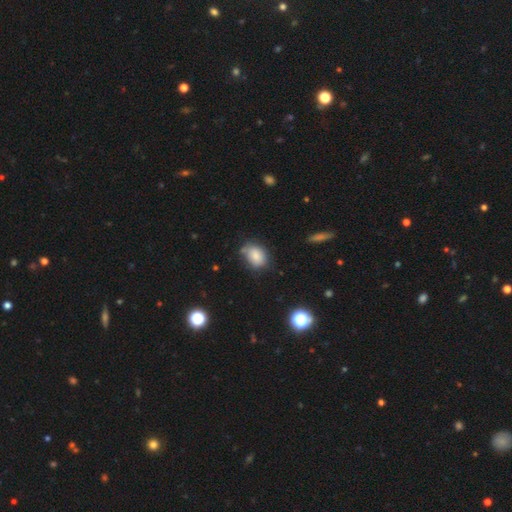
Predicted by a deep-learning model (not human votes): smooth-or-featured: smooth: 83% | star or artifact: 9% | featured or disk: 8%
  how-rounded: in between: 72% | round: 27% | cigar-shaped: 1%
  merging: none: 63% | minor disturbance: 26% | major disturbance: 6% | merger: 5%